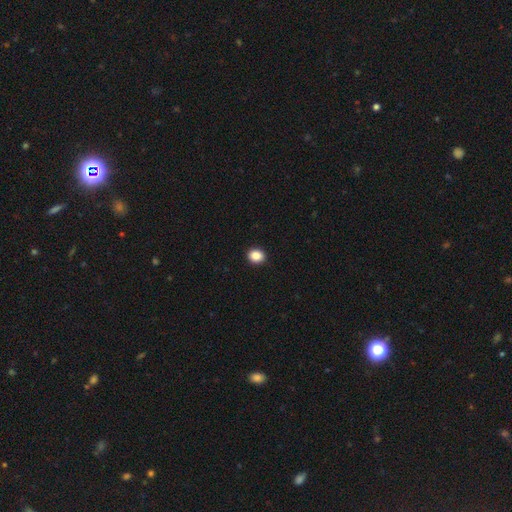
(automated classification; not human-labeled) Q: Smooth or featured?
A: smooth (87%); runner-up: star or artifact (10%)
Q: How rounded?
A: round (67%); runner-up: in between (32%)
Q: Merging?
A: none (92%); runner-up: minor disturbance (5%)